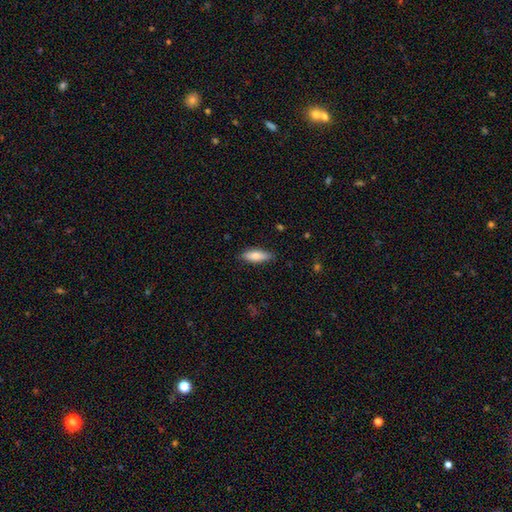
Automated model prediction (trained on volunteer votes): This appears to be a smooth galaxy with no disk features (79%) that is in between round and cigar-shaped (63%). Merging: none (83%).